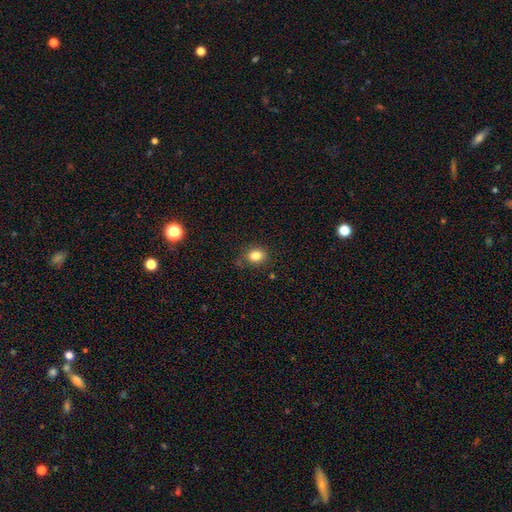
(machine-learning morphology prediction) Overall: smooth (82%). How rounded: round (57%; in between 42%). Merging: none (80%).